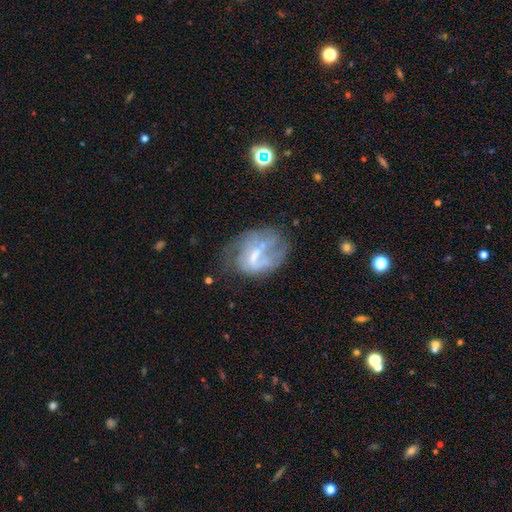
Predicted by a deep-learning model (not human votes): smooth_or_featured: featured or disk (p=0.62) [alt: smooth p=0.27]
disk_edge_on: no (p=0.97) [alt: yes p=0.03]
bar: weak (p=0.45) [alt: no p=0.36]
has_spiral_arms: no (p=0.52) [alt: yes p=0.48]
bulge_size: none (p=0.33) [alt: small p=0.31]
merging: none (p=0.38) [alt: major disturbance p=0.31]